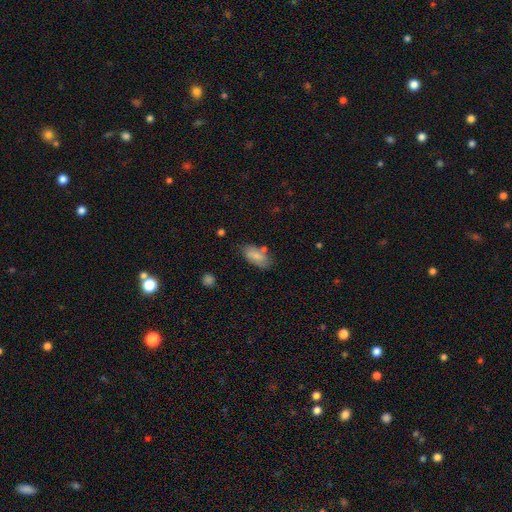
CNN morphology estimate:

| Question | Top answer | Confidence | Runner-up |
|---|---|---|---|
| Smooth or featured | smooth | 78% | featured or disk (15%) |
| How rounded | in between | 91% | cigar-shaped (6%) |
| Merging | none | 68% | minor disturbance (19%) |